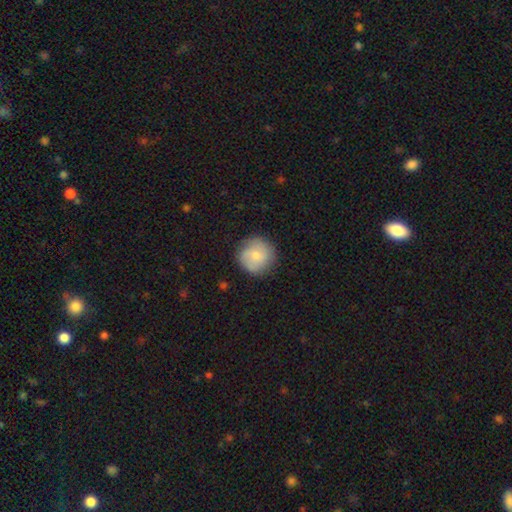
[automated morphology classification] The model was most divided on "smooth or featured": smooth: 65%, featured or disk: 28%, star or artifact: 7%. More confident: how rounded — round (94%); merging — none (81%).